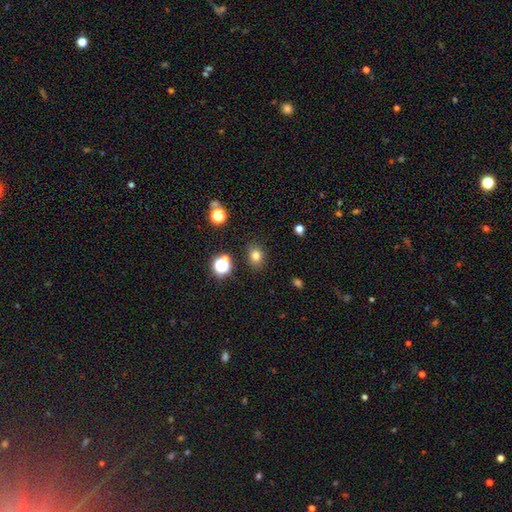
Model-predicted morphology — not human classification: Overall: smooth (76%). How rounded: round (61%; in between 38%). Merging: none (85%).